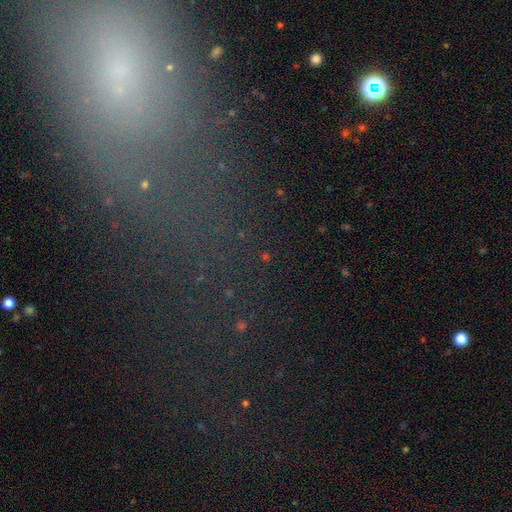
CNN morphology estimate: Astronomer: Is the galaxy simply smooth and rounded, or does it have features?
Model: star or artifact — 41% (runner-up: smooth, 31%).